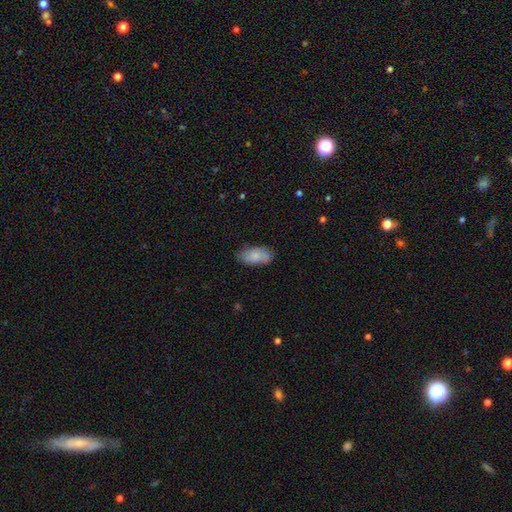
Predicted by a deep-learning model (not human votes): smooth-or-featured: smooth: 77% | featured or disk: 17% | star or artifact: 6%
  how-rounded: in between: 93% | cigar-shaped: 4% | round: 3%
  merging: none: 73% | minor disturbance: 22% | major disturbance: 4% | merger: 2%